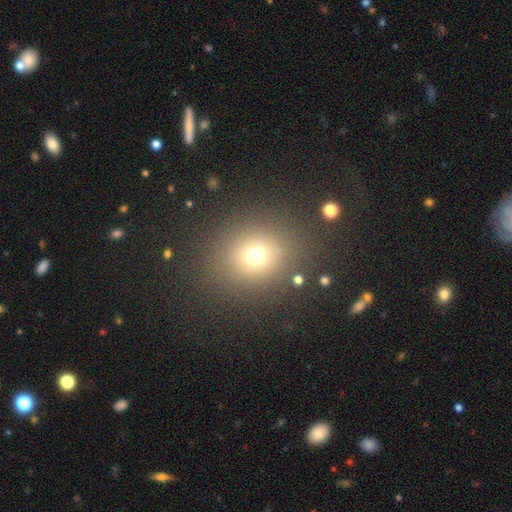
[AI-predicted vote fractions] This appears to be a smooth galaxy with no disk features (69%) that is round (77%). Merging: none (83%).